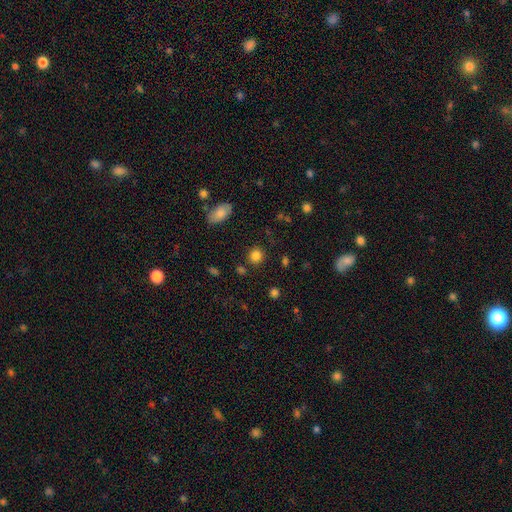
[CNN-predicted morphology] Smooth or featured? smooth (84%)
How rounded? round (87%)
Merging? none (86%)